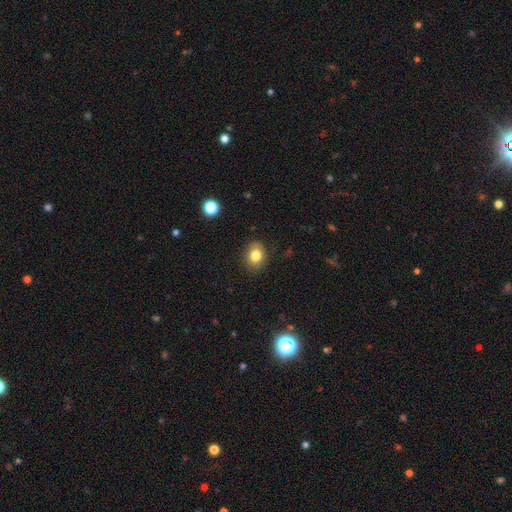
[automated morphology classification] Smooth or featured? smooth (81%)
How rounded? in between (58%)
Merging? none (84%)